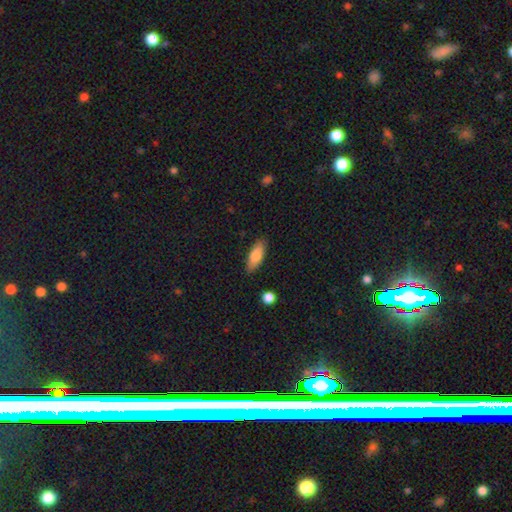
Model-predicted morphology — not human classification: The model was most divided on "how rounded": in between: 71%, cigar-shaped: 27%, round: 2%. More confident: merging — none (85%); smooth or featured — smooth (76%).